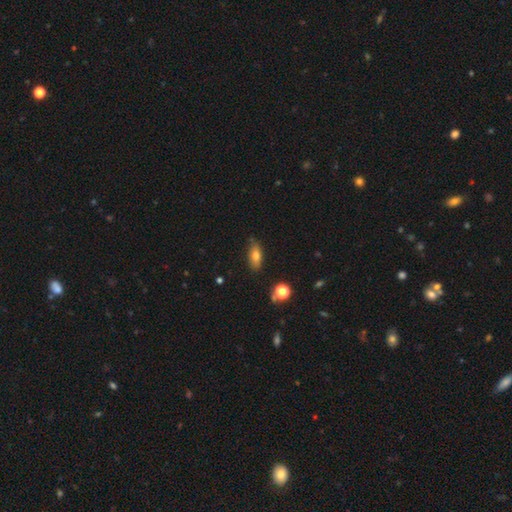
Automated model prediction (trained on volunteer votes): Smooth or featured: smooth — 74% (featured or disk — 16%)
How rounded: in between — 74% (cigar-shaped — 22%)
Merging: none — 78% (minor disturbance — 17%)